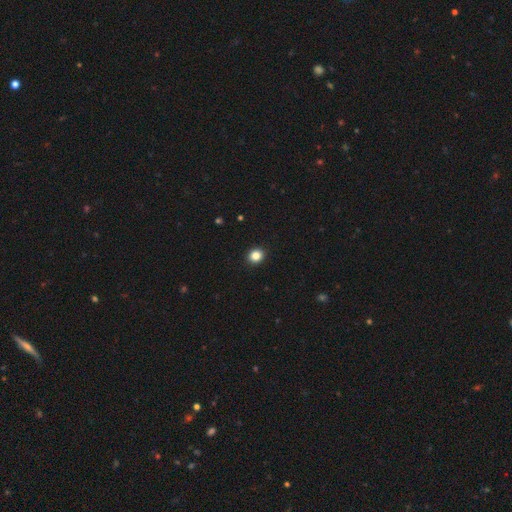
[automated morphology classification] Smooth or featured? Predicted: smooth (p=0.85). How rounded? Predicted: round (p=0.82). Merging? Predicted: none (p=0.93).